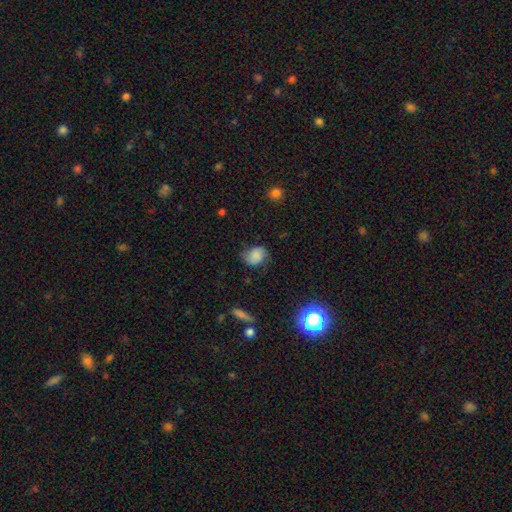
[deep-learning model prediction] Q: Smooth or featured?
A: smooth (64%); runner-up: featured or disk (25%)
Q: How rounded?
A: in between (54%); runner-up: round (45%)
Q: Merging?
A: none (64%); runner-up: minor disturbance (26%)